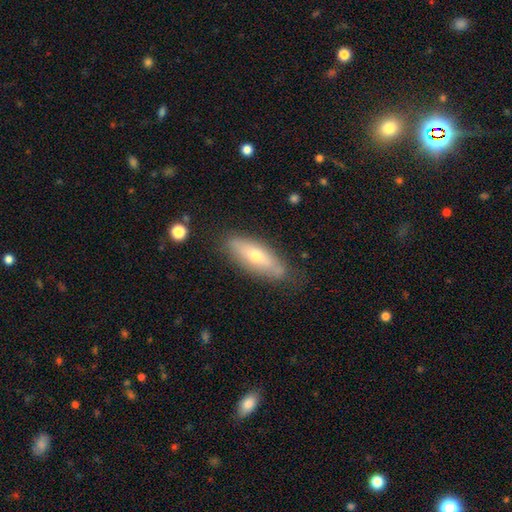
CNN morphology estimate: A smooth galaxy with no disk features (55%) that is in between round and cigar-shaped (61%).

Vote fractions:
- Smooth or featured? smooth: 55% / featured or disk: 38% / star or artifact: 7%
- How rounded? in between: 61% / cigar-shaped: 36% / round: 2%
- Merging? none: 75% / minor disturbance: 18% / major disturbance: 4% / merger: 3%